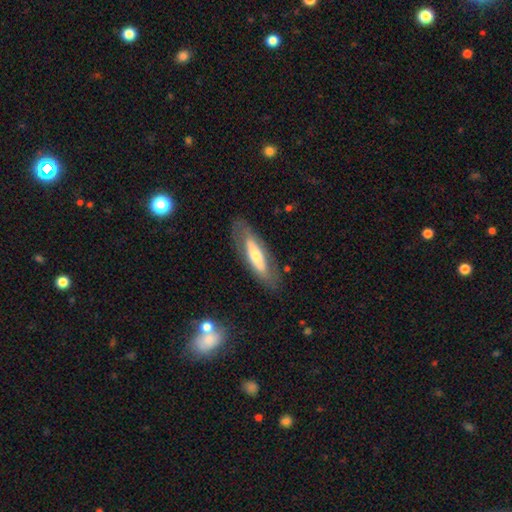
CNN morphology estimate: smooth_or_featured: featured or disk (p=0.53) [alt: smooth p=0.41]
disk_edge_on: no (p=0.59) [alt: yes p=0.41]
merging: none (p=0.78) [alt: minor disturbance p=0.14]